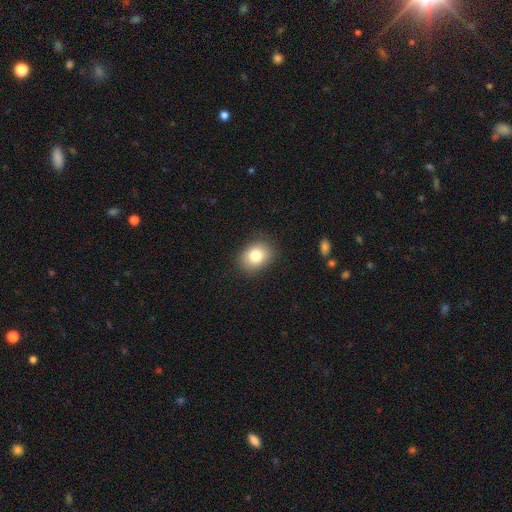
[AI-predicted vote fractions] smooth 81%, featured or disk 10%, star or artifact 9%. Down the decision tree: how rounded — in between (60%); merging — none (85%).